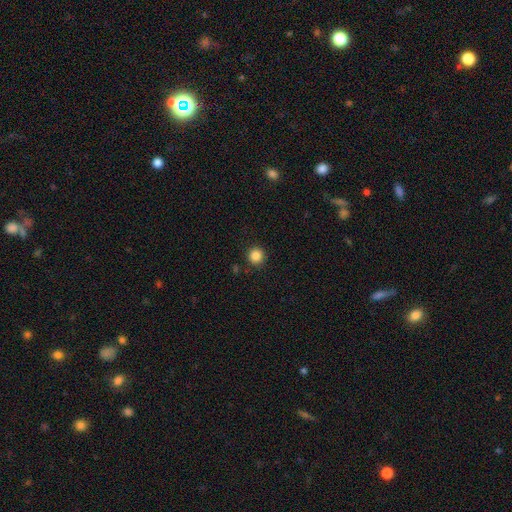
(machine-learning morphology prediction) Smooth or featured?
  - smooth: 86% *
  - star or artifact: 11%
  - featured or disk: 4%
How rounded?
  - round: 95% *
  - in between: 4%
  - cigar-shaped: 1%
Merging?
  - none: 91% *
  - minor disturbance: 6%
  - major disturbance: 2%
  - merger: 2%